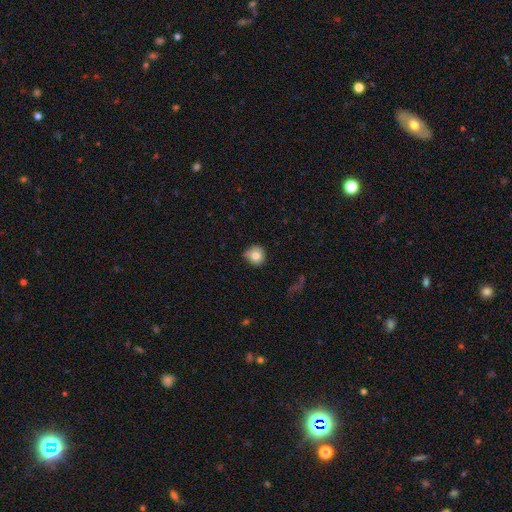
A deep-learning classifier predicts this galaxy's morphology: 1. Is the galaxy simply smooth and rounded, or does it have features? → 78% smooth, 13% featured or disk, 9% star or artifact.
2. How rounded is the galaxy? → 90% round, 9% in between, 1% cigar-shaped.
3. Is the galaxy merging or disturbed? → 69% none, 24% minor disturbance, 5% major disturbance, 2% merger.